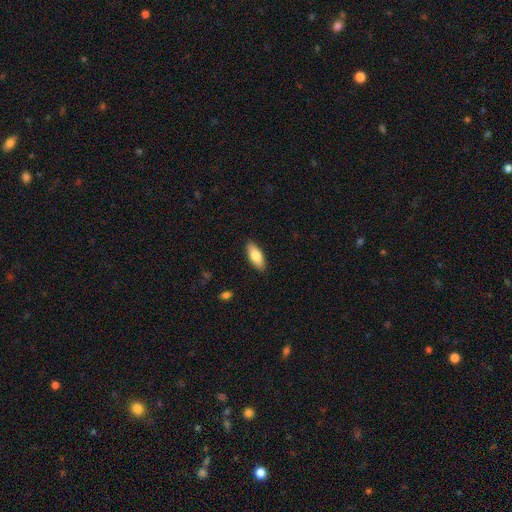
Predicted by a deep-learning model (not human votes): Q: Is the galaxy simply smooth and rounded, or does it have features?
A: smooth — 79%.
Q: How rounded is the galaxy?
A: in between — 78%.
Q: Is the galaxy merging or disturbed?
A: none — 89%.